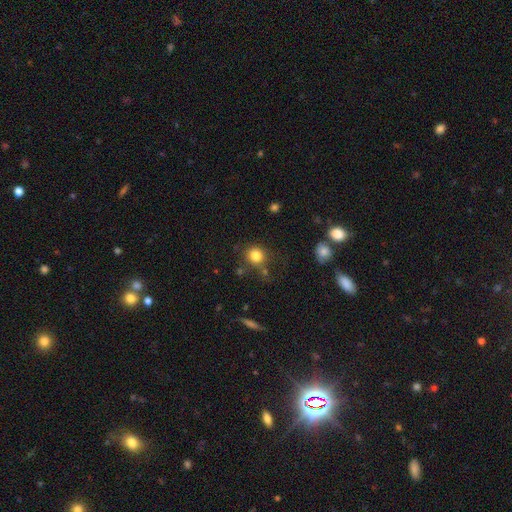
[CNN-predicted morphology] Q: Smooth or featured?
A: smooth (82%); runner-up: star or artifact (12%)
Q: How rounded?
A: round (88%); runner-up: in between (11%)
Q: Merging?
A: none (75%); runner-up: minor disturbance (13%)